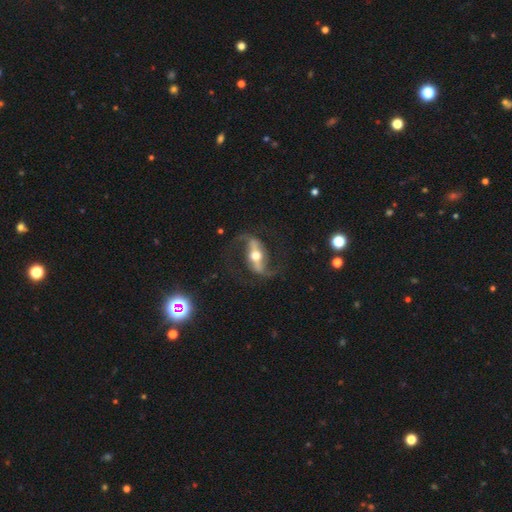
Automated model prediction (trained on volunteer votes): Q: Smooth or featured?
A: featured or disk (88%); runner-up: smooth (7%)
Q: Edge-on disk?
A: no (90%); runner-up: yes (10%)
Q: Bar?
A: strong (62%); runner-up: weak (23%)
Q: Spiral arms?
A: yes (94%); runner-up: no (6%)
Q: Spiral winding?
A: loose (55%); runner-up: medium (37%)
Q: Spiral arm count?
A: 2 (93%); runner-up: can't tell (2%)
Q: Bulge size?
A: moderate (71%); runner-up: small (14%)
Q: Merging?
A: none (76%); runner-up: minor disturbance (11%)